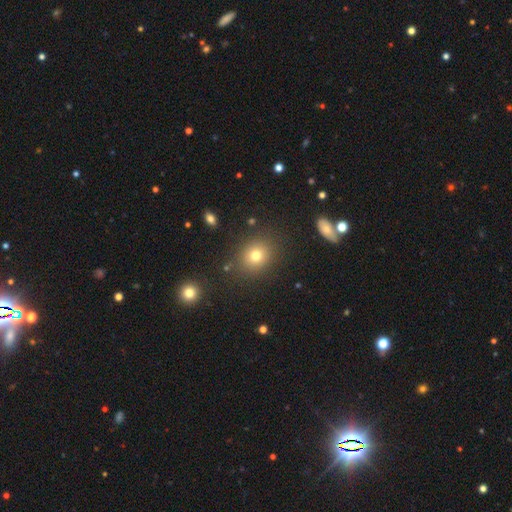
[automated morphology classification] Smooth or featured?
  - smooth: 75% *
  - star or artifact: 16%
  - featured or disk: 9%
How rounded?
  - round: 72% *
  - in between: 27%
  - cigar-shaped: 1%
Merging?
  - none: 85% *
  - minor disturbance: 9%
  - major disturbance: 4%
  - merger: 2%